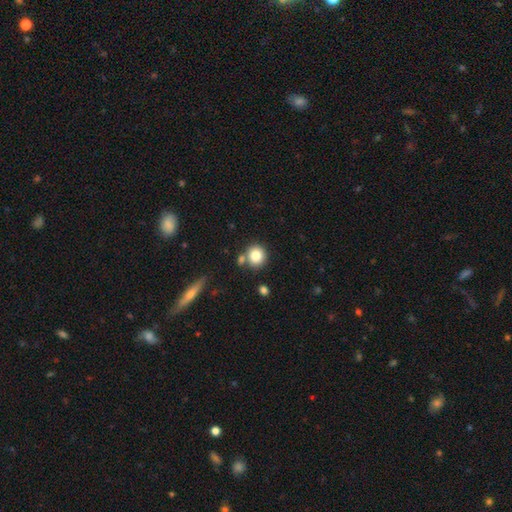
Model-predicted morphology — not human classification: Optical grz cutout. It shows a smooth galaxy with no disk features (82%) that is round (89%). Merging: none (72%).